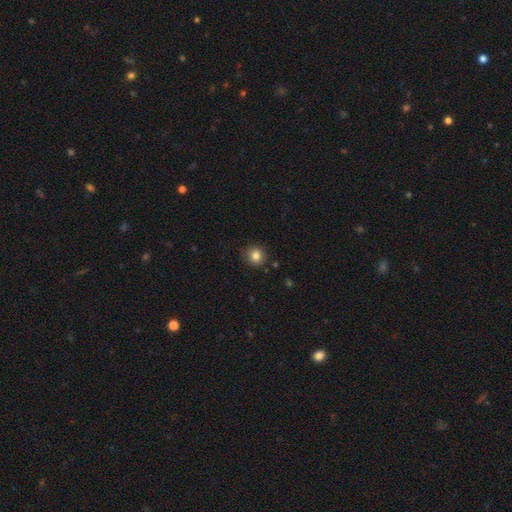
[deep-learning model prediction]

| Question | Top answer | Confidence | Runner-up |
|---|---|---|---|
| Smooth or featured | smooth | 82% | star or artifact (11%) |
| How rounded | round | 90% | in between (9%) |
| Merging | none | 89% | minor disturbance (7%) |